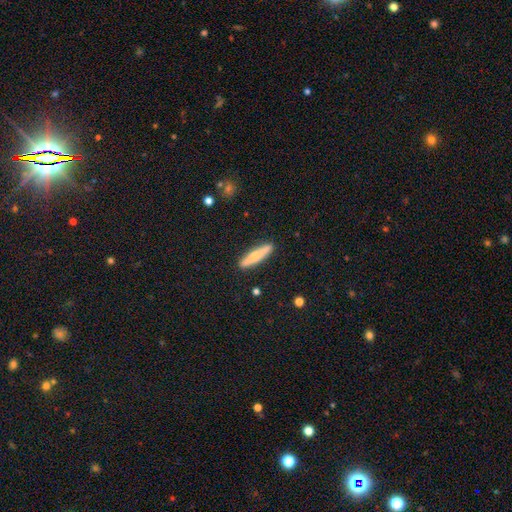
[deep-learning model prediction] Q: Smooth or featured?
A: smooth (65%); runner-up: featured or disk (30%)
Q: How rounded?
A: cigar-shaped (88%); runner-up: in between (10%)
Q: Merging?
A: none (90%); runner-up: minor disturbance (7%)